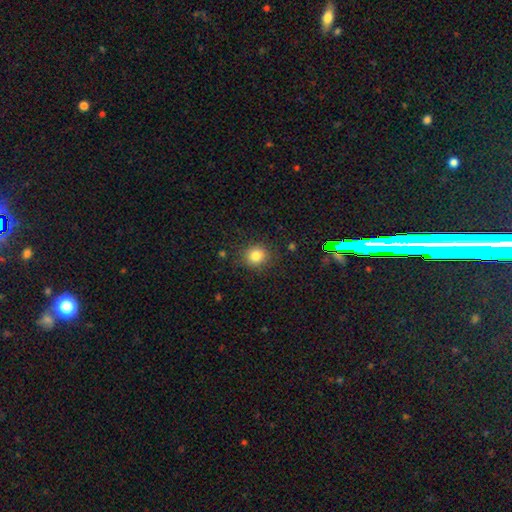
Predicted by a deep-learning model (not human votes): The model was most divided on "how rounded": round: 83%, in between: 16%, cigar-shaped: 1%. More confident: merging — none (86%); smooth or featured — smooth (82%).